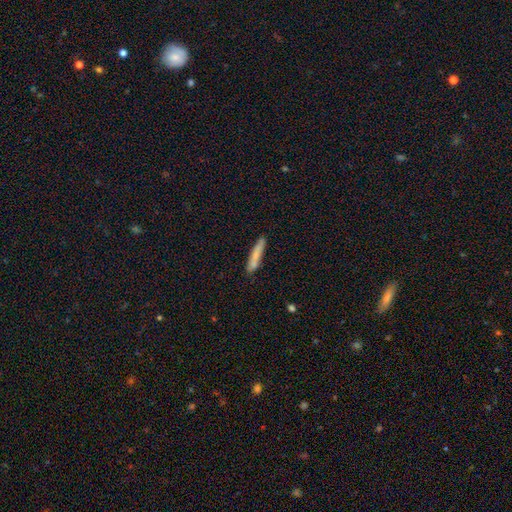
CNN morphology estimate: This appears to be a smooth galaxy with no disk features (75%) that is cigar-shaped (93%). Merging: none (82%).